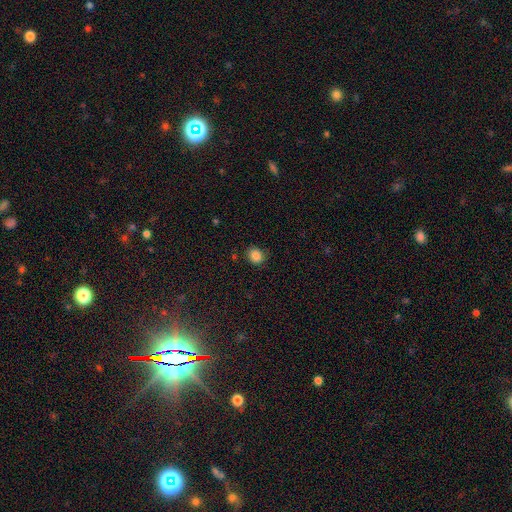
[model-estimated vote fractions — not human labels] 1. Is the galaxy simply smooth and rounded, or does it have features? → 86% smooth, 10% star or artifact, 4% featured or disk.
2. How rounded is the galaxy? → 70% round, 29% in between, 1% cigar-shaped.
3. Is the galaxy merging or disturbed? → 84% none, 12% minor disturbance, 3% major disturbance, 2% merger.